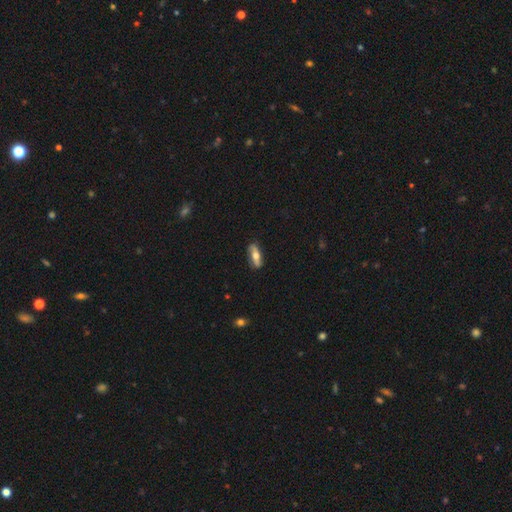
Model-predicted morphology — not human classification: A featured or disk galaxy (48%). Merging: none (83%).